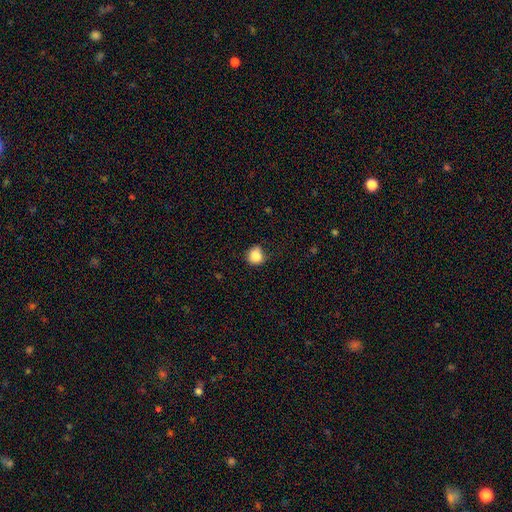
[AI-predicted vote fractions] Smooth or featured?
  - smooth: 86% *
  - star or artifact: 9%
  - featured or disk: 4%
How rounded?
  - round: 79% *
  - in between: 20%
  - cigar-shaped: 1%
Merging?
  - none: 64% *
  - minor disturbance: 27%
  - major disturbance: 7%
  - merger: 2%